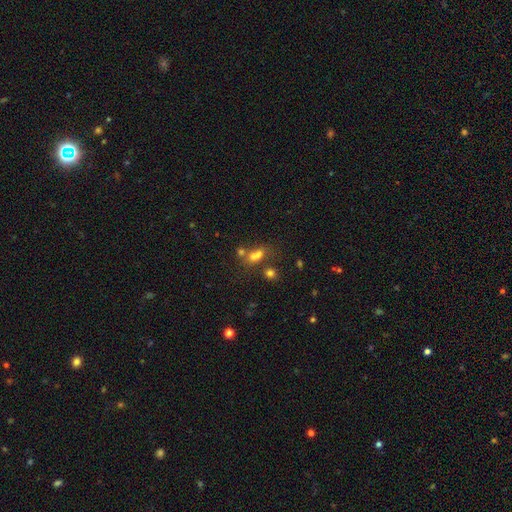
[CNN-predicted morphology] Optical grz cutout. It shows a smooth galaxy with no disk features (62%) that is in between round and cigar-shaped (60%). Merging: none (41%).